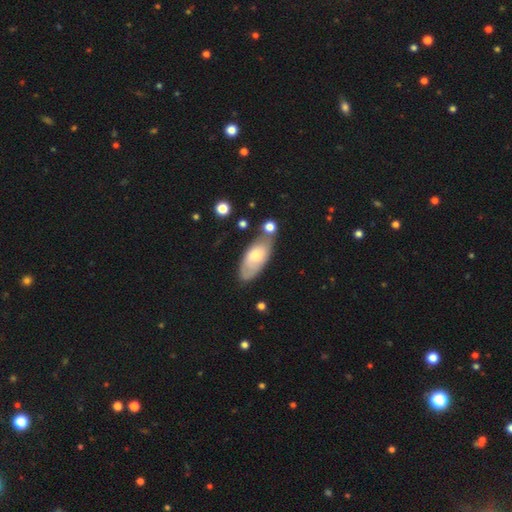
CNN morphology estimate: Smooth or featured?
  - smooth: 60% *
  - featured or disk: 34%
  - star or artifact: 6%
How rounded?
  - in between: 85% *
  - cigar-shaped: 12%
  - round: 3%
Merging?
  - none: 52% *
  - minor disturbance: 24%
  - merger: 16%
  - major disturbance: 8%